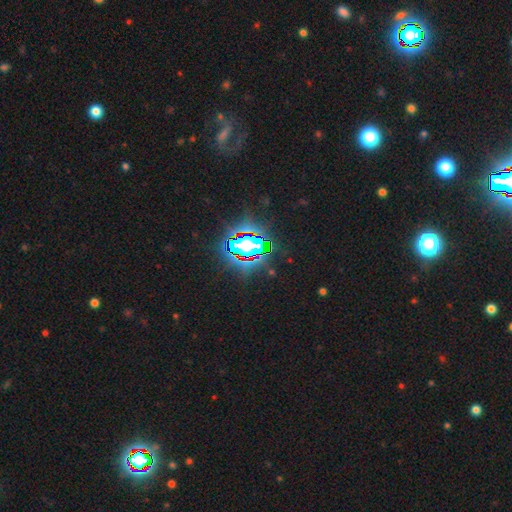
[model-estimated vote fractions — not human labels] star or artifact 80%, smooth 11%, featured or disk 10%.